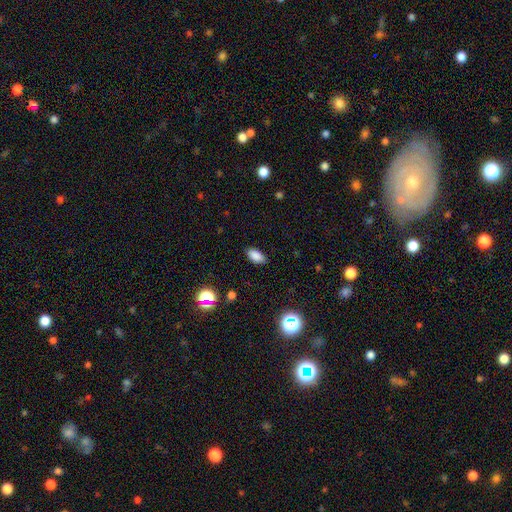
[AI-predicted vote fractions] smooth 85%, star or artifact 11%, featured or disk 5%. Down the decision tree: how rounded — in between (92%); merging — none (87%).